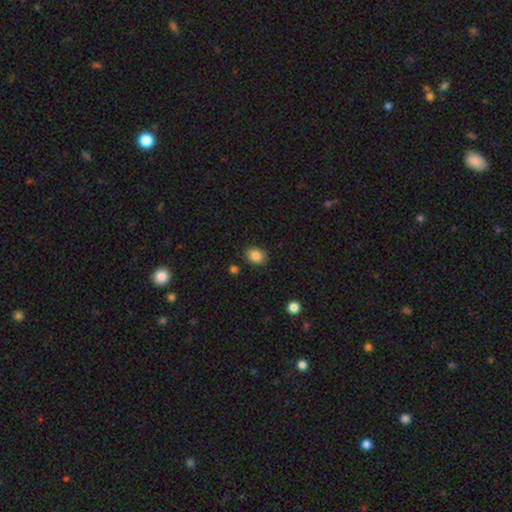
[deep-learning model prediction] Smooth or featured? smooth (85%)
How rounded? in between (54%)
Merging? none (86%)